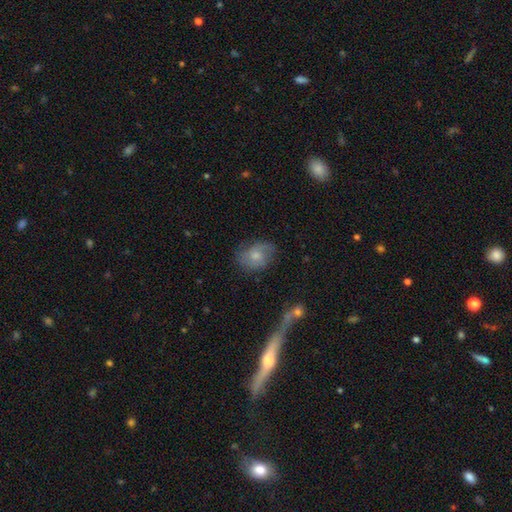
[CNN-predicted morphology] smooth_or_featured: smooth (p=0.48) [alt: featured or disk p=0.44]
merging: none (p=0.63) [alt: minor disturbance p=0.24]